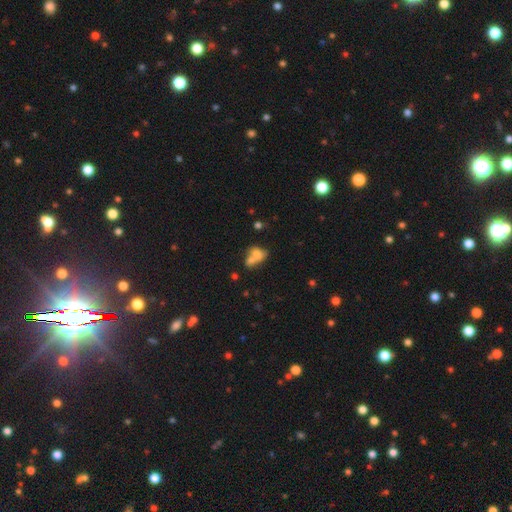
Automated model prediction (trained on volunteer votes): smooth_or_featured: smooth (p=0.68) [alt: featured or disk p=0.20]
how_rounded: in between (p=0.68) [alt: round p=0.29]
merging: merger (p=0.63) [alt: none p=0.22]